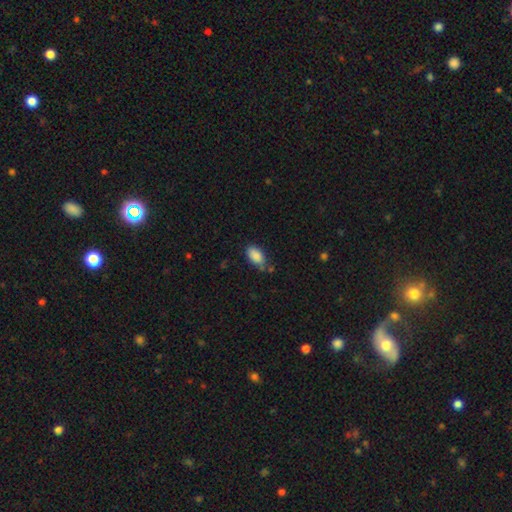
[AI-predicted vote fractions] Smooth or featured? smooth (88%)
How rounded? in between (93%)
Merging? none (64%)